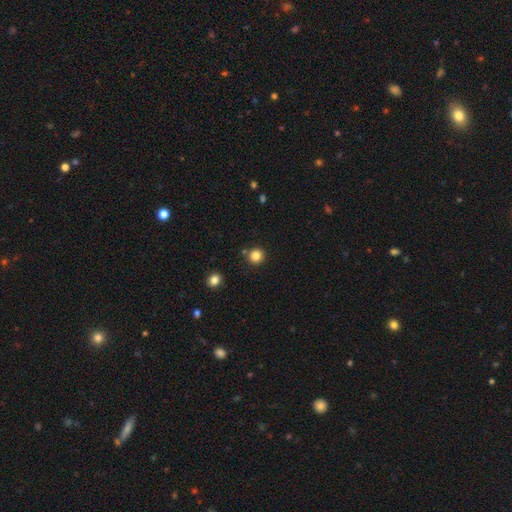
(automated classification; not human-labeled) smooth_or_featured: smooth (p=0.84) [alt: star or artifact p=0.12]
how_rounded: round (p=0.93) [alt: in between p=0.06]
merging: none (p=0.86) [alt: minor disturbance p=0.07]